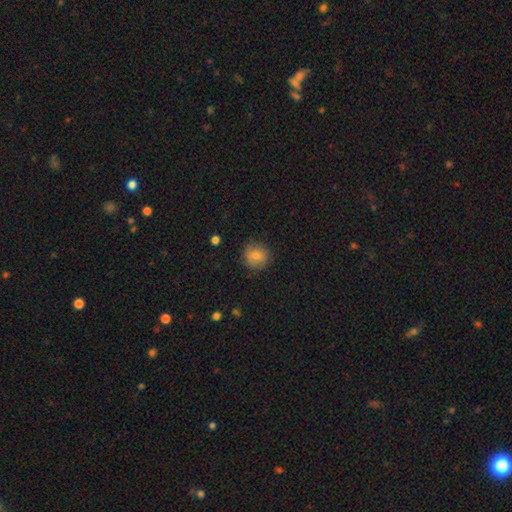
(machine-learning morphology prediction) type=smooth (79%); roundness=round (89%); merging=none (82%).